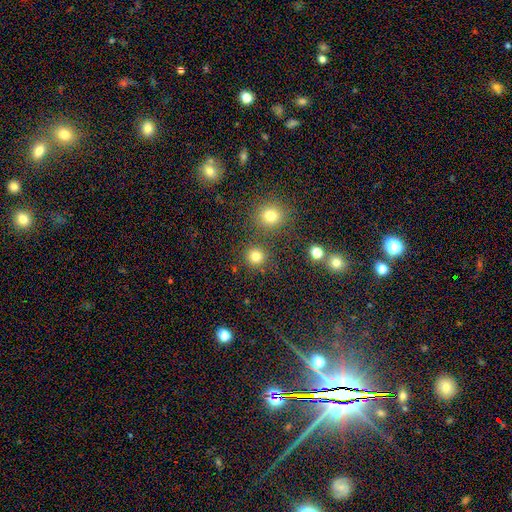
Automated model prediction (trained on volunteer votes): A smooth galaxy with no disk features (79%) that is round (94%).

Vote fractions:
- Smooth or featured? smooth: 79% / star or artifact: 16% / featured or disk: 5%
- How rounded? round: 94% / in between: 5% / cigar-shaped: 1%
- Merging? none: 86% / minor disturbance: 6% / merger: 6% / major disturbance: 3%